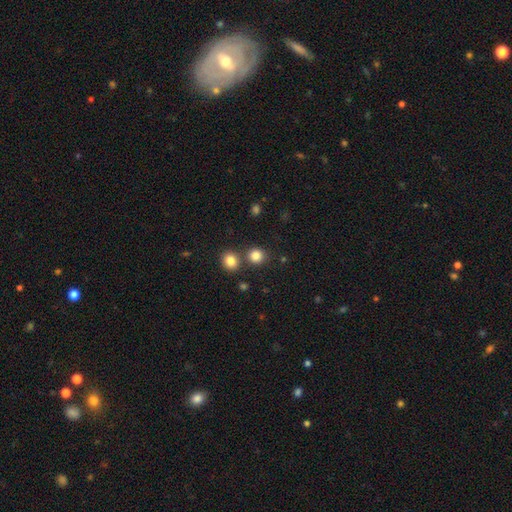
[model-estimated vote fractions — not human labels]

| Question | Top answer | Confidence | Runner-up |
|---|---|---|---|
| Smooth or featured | smooth | 83% | star or artifact (12%) |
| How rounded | round | 87% | in between (12%) |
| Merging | none | 73% | merger (17%) |